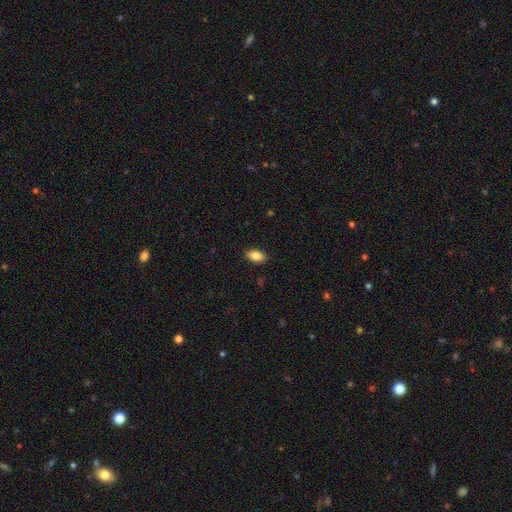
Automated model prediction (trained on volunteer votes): Q: Smooth or featured?
A: smooth (86%); runner-up: star or artifact (8%)
Q: How rounded?
A: in between (91%); runner-up: round (6%)
Q: Merging?
A: none (88%); runner-up: minor disturbance (9%)